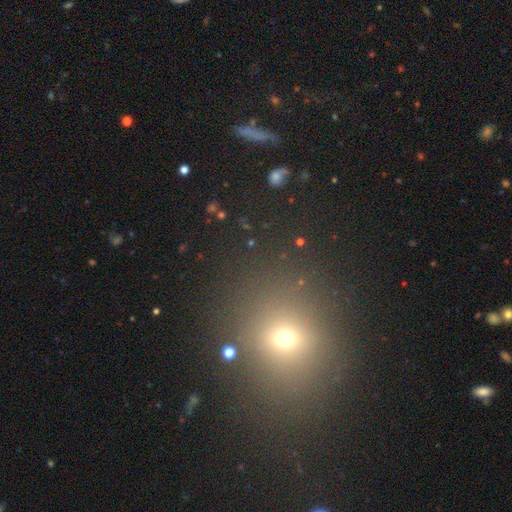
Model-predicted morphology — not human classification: Smooth or featured? smooth (51%)
How rounded? round (71%)
Merging? none (85%)